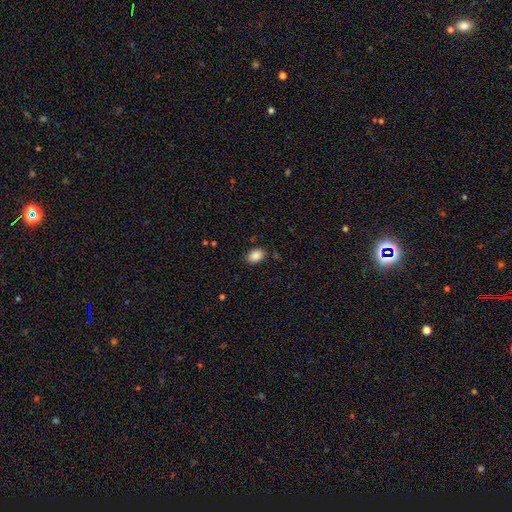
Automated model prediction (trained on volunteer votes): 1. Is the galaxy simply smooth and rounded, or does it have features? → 87% smooth, 8% star or artifact, 4% featured or disk.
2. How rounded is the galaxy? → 76% in between, 23% round, 1% cigar-shaped.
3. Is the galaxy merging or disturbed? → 84% none, 11% minor disturbance, 3% major disturbance, 2% merger.